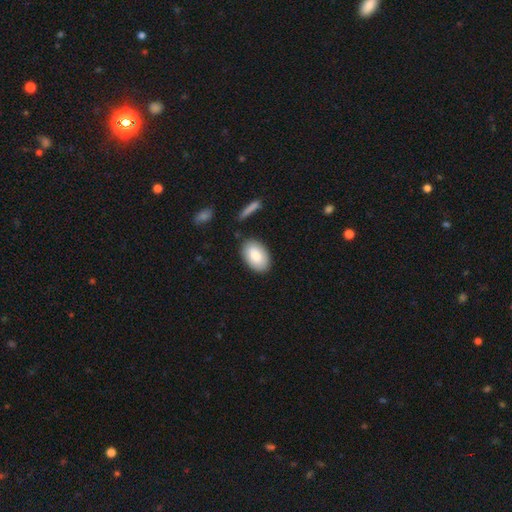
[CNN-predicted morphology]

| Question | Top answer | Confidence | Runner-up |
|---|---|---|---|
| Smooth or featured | smooth | 86% | featured or disk (9%) |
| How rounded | in between | 92% | round (6%) |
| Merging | none | 83% | minor disturbance (12%) |